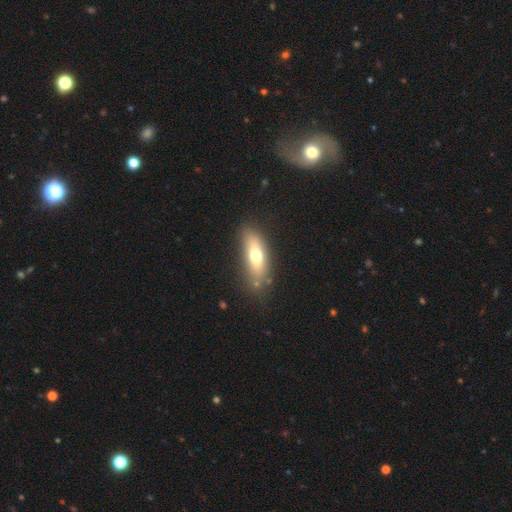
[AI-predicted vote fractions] Q: Smooth or featured?
A: smooth (64%); runner-up: featured or disk (28%)
Q: How rounded?
A: in between (58%); runner-up: cigar-shaped (38%)
Q: Merging?
A: none (79%); runner-up: minor disturbance (13%)